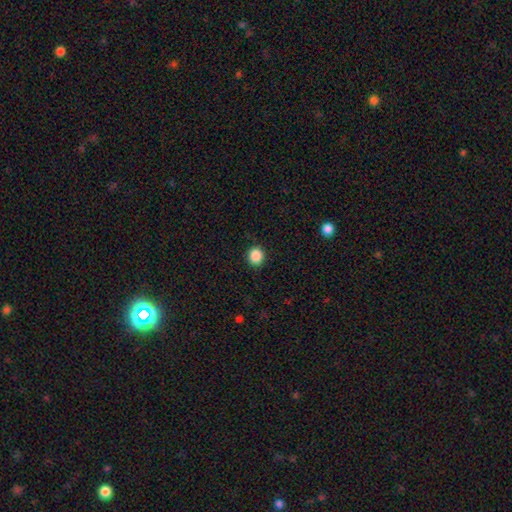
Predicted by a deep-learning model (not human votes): Morphology: type=smooth (88%); roundness=round (85%); merging=none (91%).